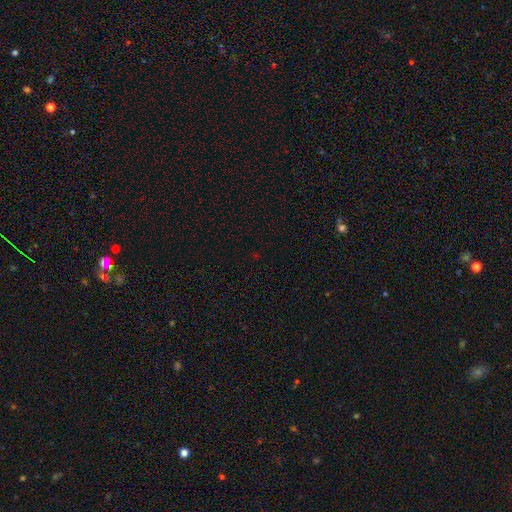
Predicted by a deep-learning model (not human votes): star or artifact 67%, smooth 27%, featured or disk 7%.